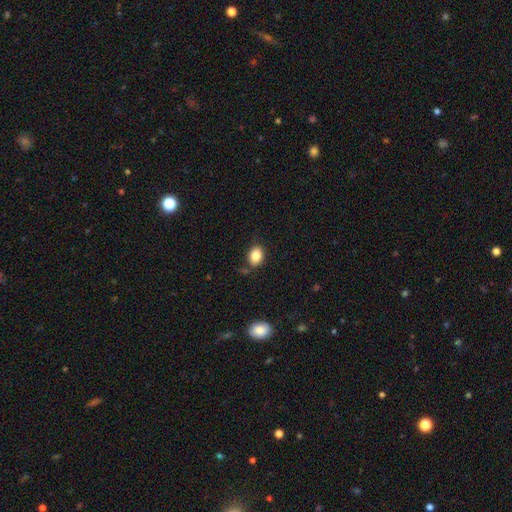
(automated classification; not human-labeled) Smooth or featured? smooth (84%)
How rounded? in between (62%)
Merging? none (78%)